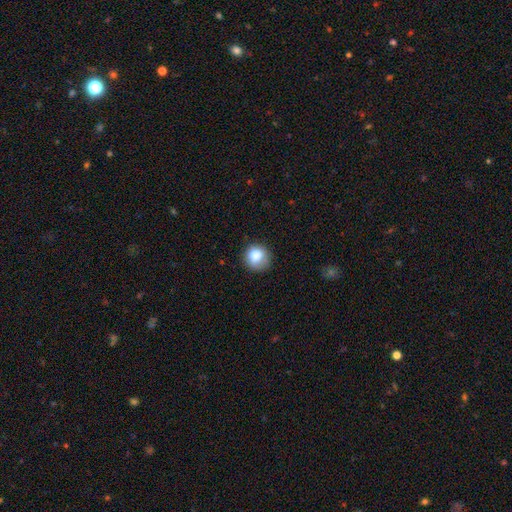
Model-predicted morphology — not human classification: smooth-or-featured: smooth: 84% | star or artifact: 9% | featured or disk: 7%
  how-rounded: round: 89% | in between: 10% | cigar-shaped: 1%
  merging: none: 76% | minor disturbance: 18% | major disturbance: 5% | merger: 1%